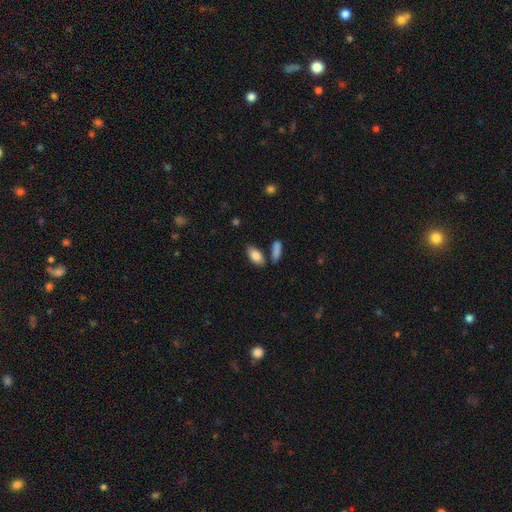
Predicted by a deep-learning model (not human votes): Smooth or featured? Predicted: smooth (p=0.85). How rounded? Predicted: in between (p=0.90). Merging? Predicted: none (p=0.75).